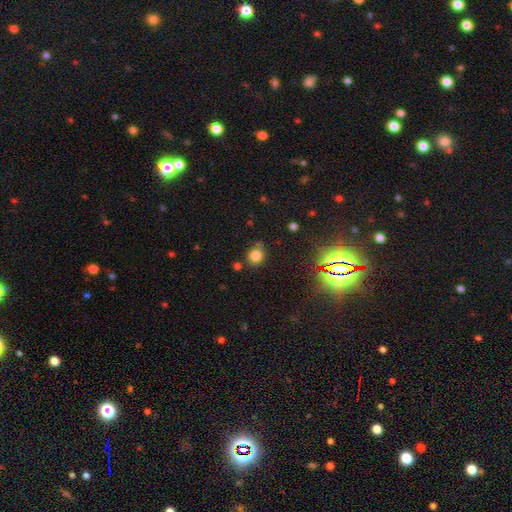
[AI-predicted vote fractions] Smooth or featured: smooth — 79% (star or artifact — 15%)
How rounded: round — 73% (in between — 26%)
Merging: none — 70% (minor disturbance — 18%)